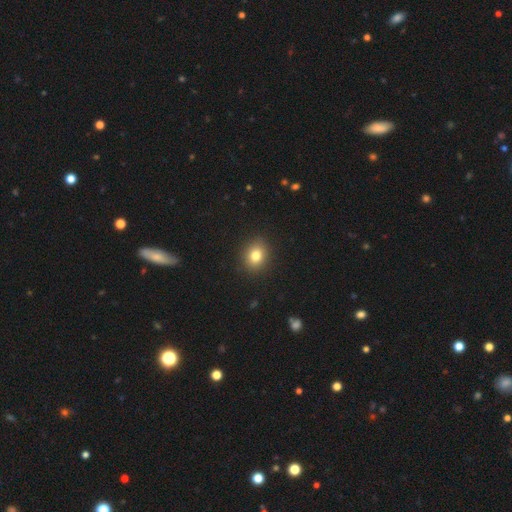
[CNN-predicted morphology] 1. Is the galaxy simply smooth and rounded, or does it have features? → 80% smooth, 12% star or artifact, 8% featured or disk.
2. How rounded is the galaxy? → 63% round, 36% in between, 1% cigar-shaped.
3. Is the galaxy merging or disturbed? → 90% none, 7% minor disturbance, 2% major disturbance, 1% merger.